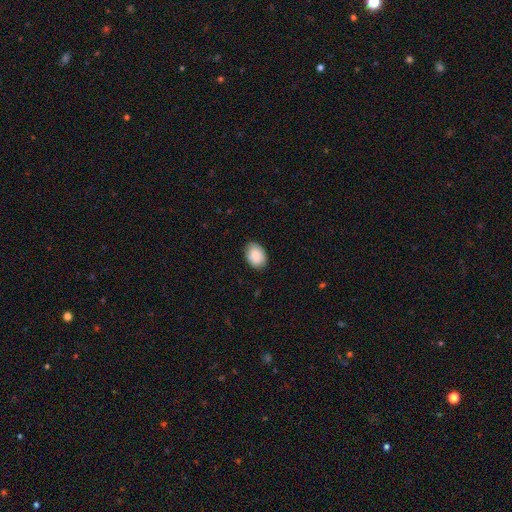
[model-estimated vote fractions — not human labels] Overall: smooth (86%). How rounded: in between (75%). Merging: none (86%).